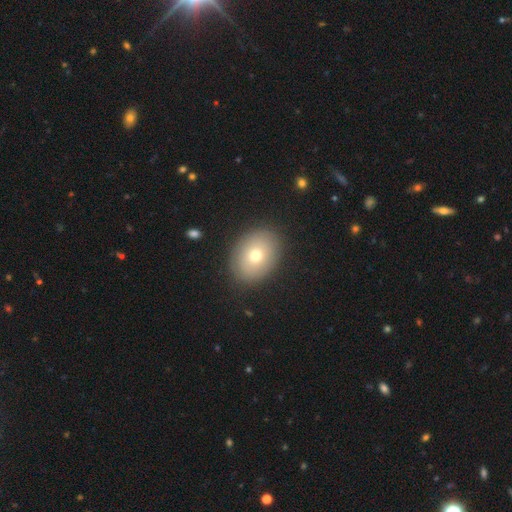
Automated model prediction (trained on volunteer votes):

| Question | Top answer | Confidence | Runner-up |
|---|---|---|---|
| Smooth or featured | smooth | 73% | featured or disk (18%) |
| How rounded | in between | 65% | round (34%) |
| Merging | none | 87% | minor disturbance (8%) |